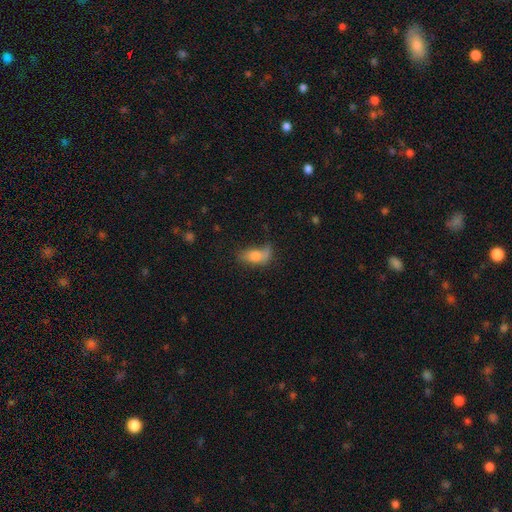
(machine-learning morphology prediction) A smooth galaxy with no disk features (69%) that is in between round and cigar-shaped (84%). Merging: none (36%).